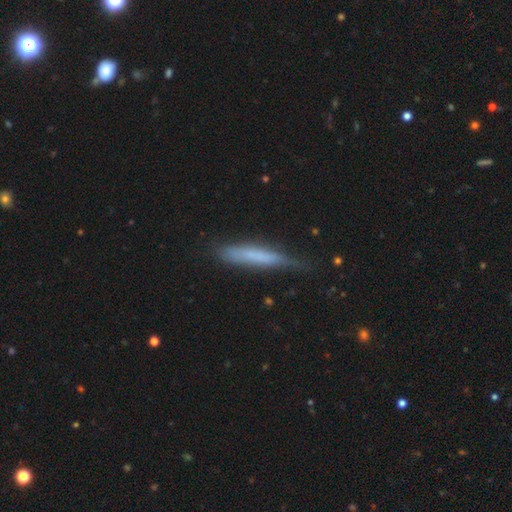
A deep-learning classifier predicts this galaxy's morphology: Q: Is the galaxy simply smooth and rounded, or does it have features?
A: smooth — 60%.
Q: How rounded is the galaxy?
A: cigar-shaped — 90%.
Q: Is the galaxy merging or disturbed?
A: none — 62%.